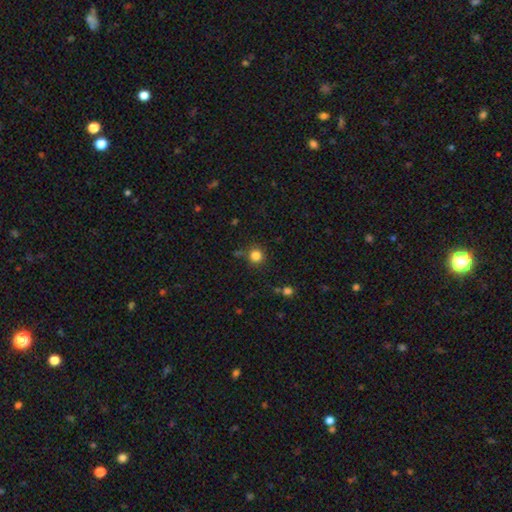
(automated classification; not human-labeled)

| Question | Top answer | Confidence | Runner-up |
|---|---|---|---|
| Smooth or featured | smooth | 82% | star or artifact (13%) |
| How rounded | round | 93% | in between (6%) |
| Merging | none | 83% | minor disturbance (9%) |